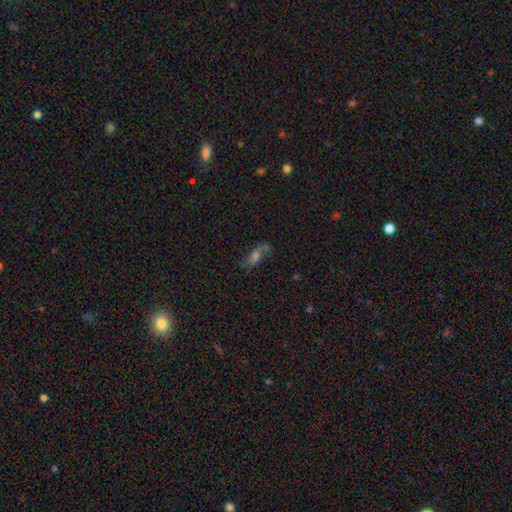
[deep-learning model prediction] Morphology: type=featured or disk (42%); merging=none (61%).